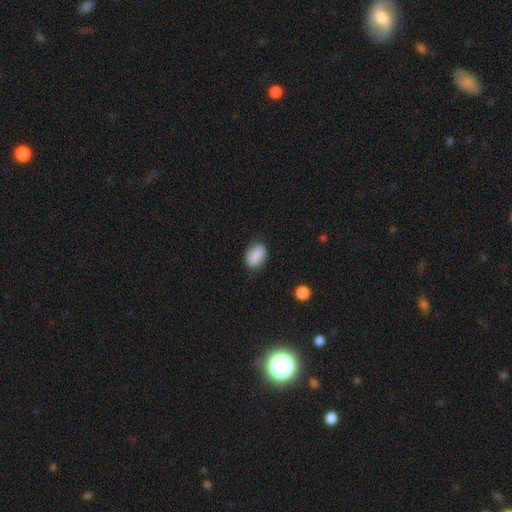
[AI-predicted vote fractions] Smooth or featured? Predicted: smooth (p=0.84). How rounded? Predicted: in between (p=0.82). Merging? Predicted: none (p=0.77).